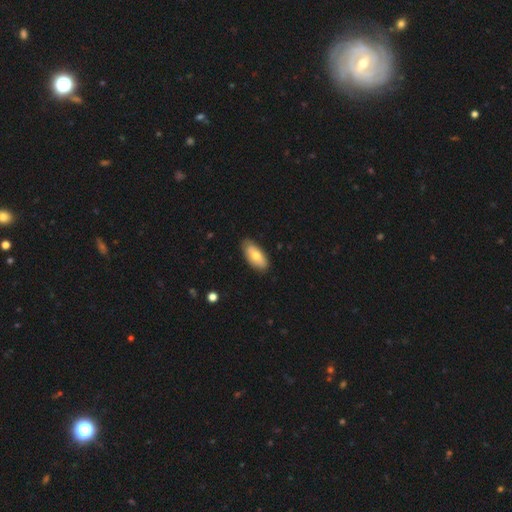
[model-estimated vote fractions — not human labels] smooth_or_featured: smooth (p=0.71) [alt: featured or disk p=0.24]
how_rounded: in between (p=0.89) [alt: cigar-shaped p=0.09]
merging: none (p=0.82) [alt: minor disturbance p=0.14]